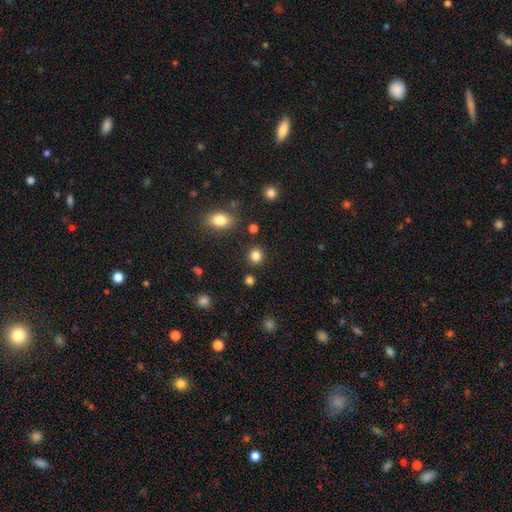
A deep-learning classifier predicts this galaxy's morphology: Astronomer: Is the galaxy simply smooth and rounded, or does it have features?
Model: smooth — 84%.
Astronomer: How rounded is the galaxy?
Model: round — 84%.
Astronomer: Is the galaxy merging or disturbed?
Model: none — 88%.